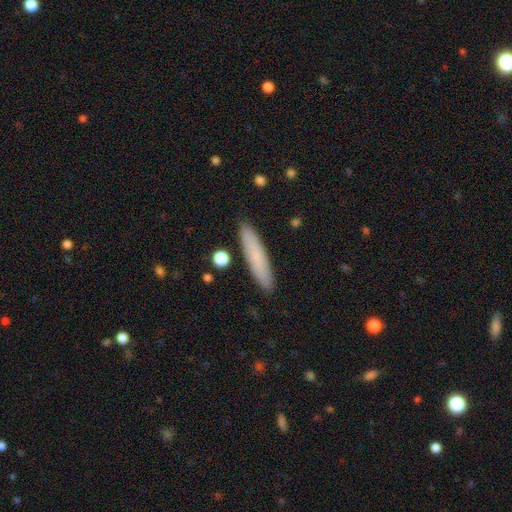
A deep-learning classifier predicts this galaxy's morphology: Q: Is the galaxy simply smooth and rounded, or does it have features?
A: smooth — 76%.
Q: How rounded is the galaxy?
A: cigar-shaped — 87%.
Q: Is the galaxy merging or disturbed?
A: none — 89%.